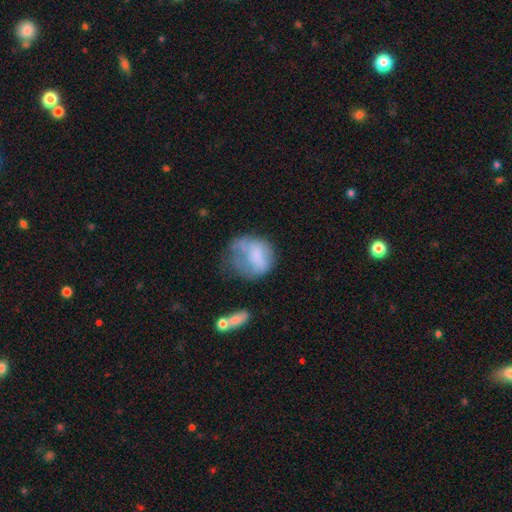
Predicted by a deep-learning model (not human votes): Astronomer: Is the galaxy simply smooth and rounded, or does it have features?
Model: smooth — 59%.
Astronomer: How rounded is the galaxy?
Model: round — 60% (runner-up: in between, 39%).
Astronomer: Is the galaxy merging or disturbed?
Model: major disturbance — 35% (runner-up: none, 30%).